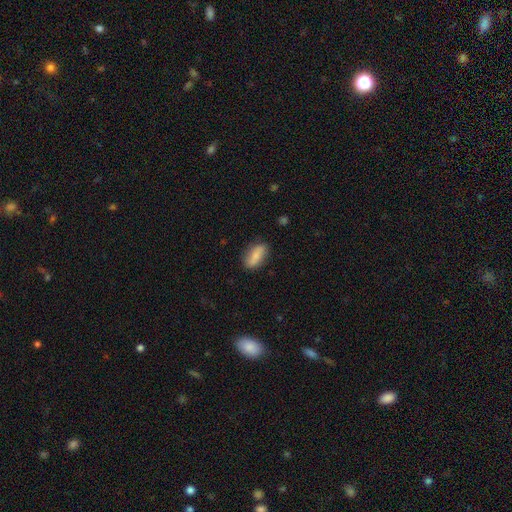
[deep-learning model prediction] Morphology: type=smooth (76%); roundness=in between (83%); merging=none (78%).